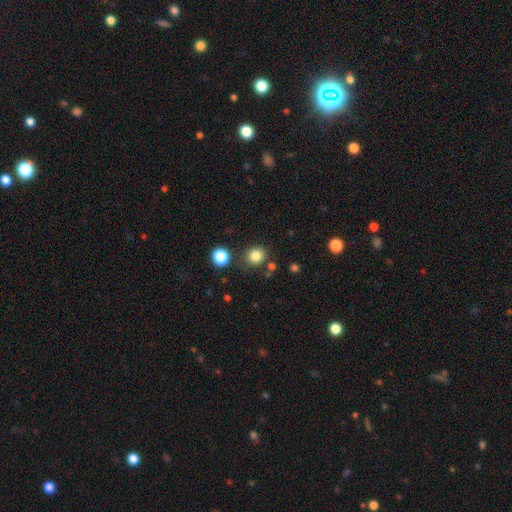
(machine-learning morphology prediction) The model was most divided on "how rounded": round: 79%, in between: 20%, cigar-shaped: 1%. More confident: smooth or featured — smooth (83%); merging — none (82%).